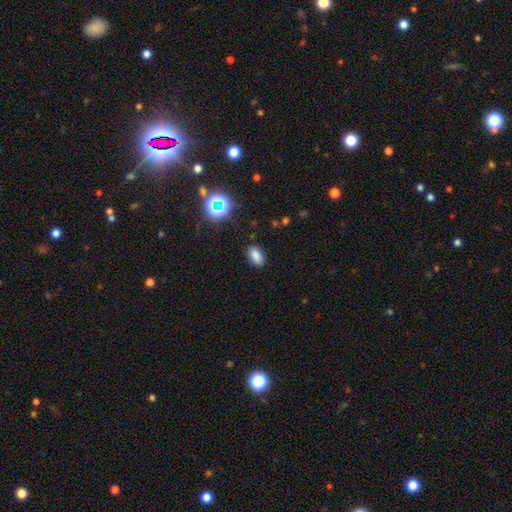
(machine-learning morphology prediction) type=smooth (81%); roundness=in between (89%); merging=none (87%).